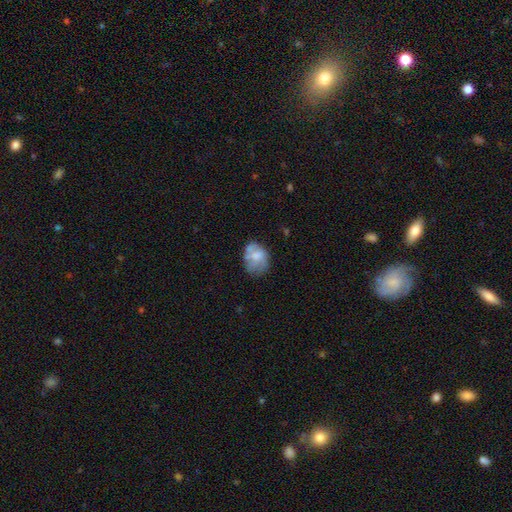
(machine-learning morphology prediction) smooth 58%, featured or disk 34%, star or artifact 9%. Down the decision tree: how rounded — in between (66%); merging — none (46%).